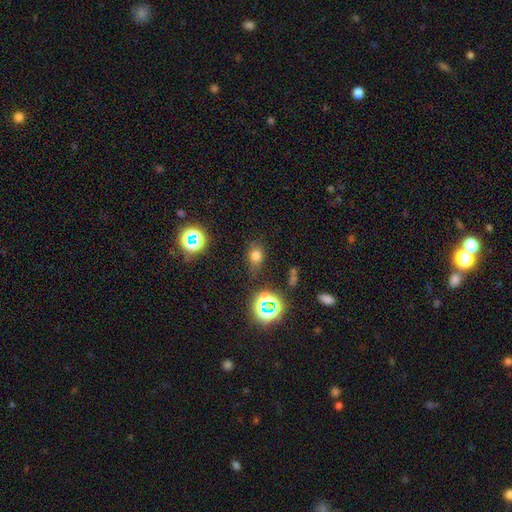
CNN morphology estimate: type=smooth (66%); roundness=in between (55%); merging=none (70%).